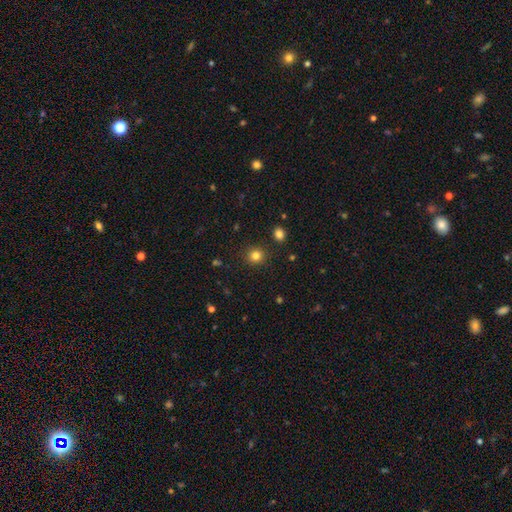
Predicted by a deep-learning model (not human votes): Smooth or featured: smooth — 81% (star or artifact — 13%)
How rounded: round — 89% (in between — 11%)
Merging: none — 89% (minor disturbance — 6%)